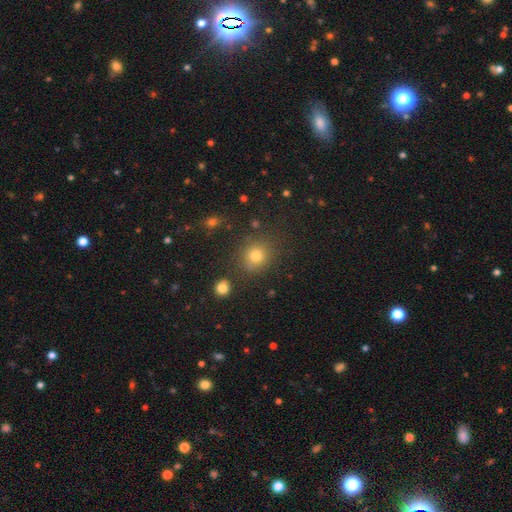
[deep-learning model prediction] smooth 77%, star or artifact 17%, featured or disk 7%. Down the decision tree: how rounded — round (83%); merging — none (80%).